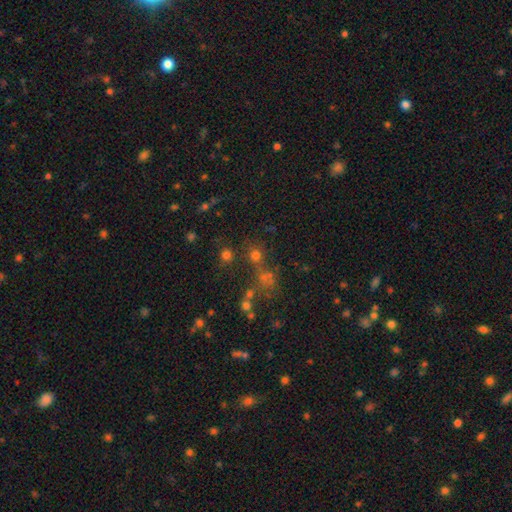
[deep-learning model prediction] Smooth or featured: smooth — 54% (star or artifact — 36%)
How rounded: round — 87% (in between — 11%)
Merging: none — 64% (merger — 21%)